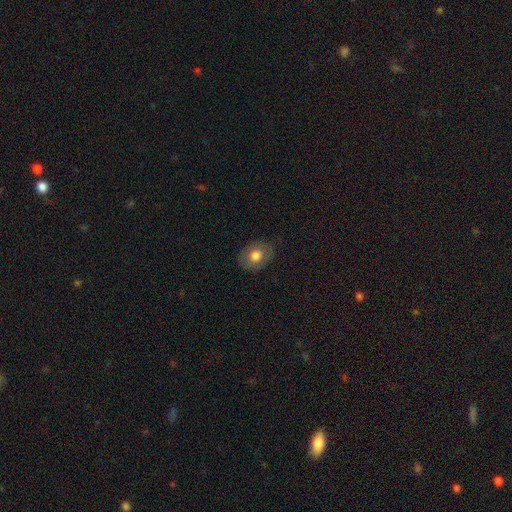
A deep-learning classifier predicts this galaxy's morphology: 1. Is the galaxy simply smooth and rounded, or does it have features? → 69% smooth, 23% featured or disk, 8% star or artifact.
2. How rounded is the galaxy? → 59% in between, 40% round, 1% cigar-shaped.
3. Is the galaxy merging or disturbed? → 80% none, 14% minor disturbance, 4% major disturbance, 1% merger.